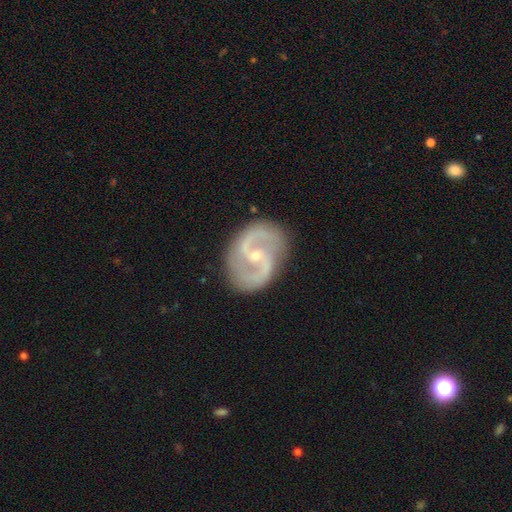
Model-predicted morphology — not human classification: Smooth or featured?
  - featured or disk: 92% *
  - star or artifact: 4%
  - smooth: 4%
Edge-on disk?
  - no: 98% *
  - yes: 2%
Bar?
  - weak: 43% *
  - no: 37%
  - strong: 21%
Spiral arms?
  - yes: 97% *
  - no: 3%
Spiral winding?
  - medium: 59% *
  - loose: 23%
  - tight: 18%
Spiral arm count?
  - 2: 94% *
  - can't tell: 2%
  - 3: 1%
  - 1: 1%
  - 4: 1%
  - more than 4: 1%
Bulge size?
  - small: 69% *
  - moderate: 28%
  - none: 1%
  - large: 1%
  - dominant: 1%
Merging?
  - none: 85% *
  - minor disturbance: 11%
  - major disturbance: 3%
  - merger: 1%